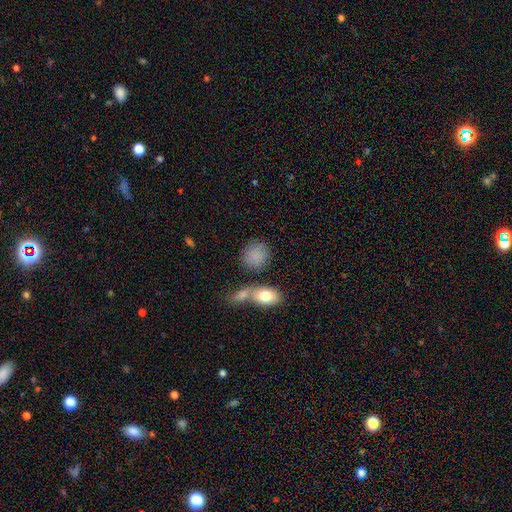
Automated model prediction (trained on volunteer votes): A smooth galaxy with no disk features (85%) that is round (72%).

Vote fractions:
- Smooth or featured? smooth: 85% / star or artifact: 8% / featured or disk: 7%
- How rounded? round: 72% / in between: 26% / cigar-shaped: 2%
- Merging? none: 68% / merger: 17% / minor disturbance: 11% / major disturbance: 5%